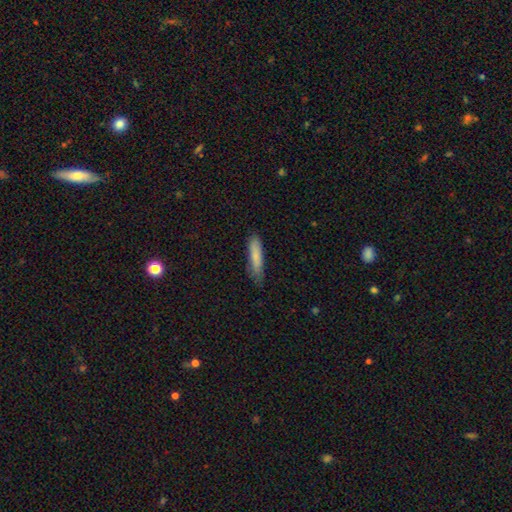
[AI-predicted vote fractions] Morphology: type=smooth (81%); roundness=cigar-shaped (80%); merging=none (72%).